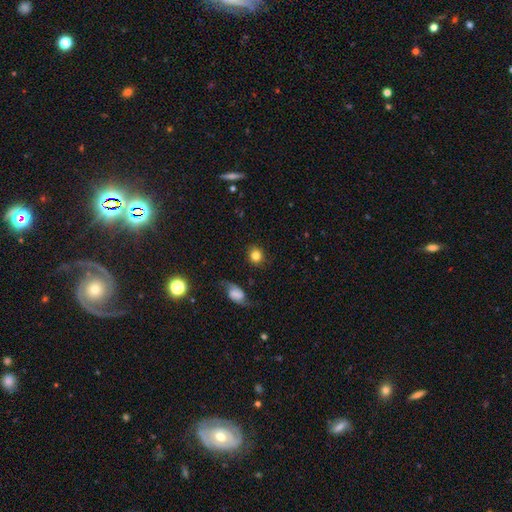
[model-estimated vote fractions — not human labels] Smooth or featured: smooth — 81% (star or artifact — 10%)
How rounded: round — 80% (in between — 19%)
Merging: none — 83% (minor disturbance — 11%)